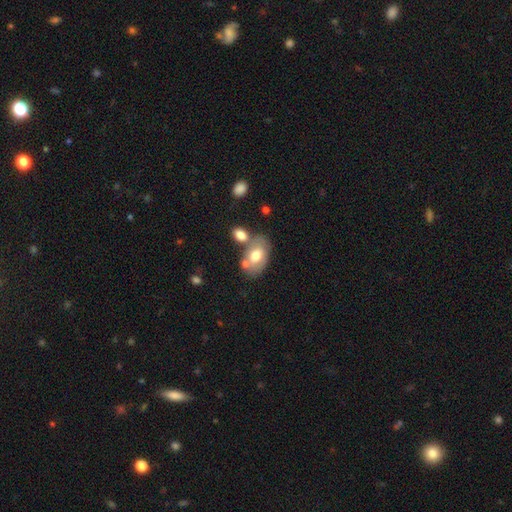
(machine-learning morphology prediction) This appears to be a smooth galaxy with no disk features (64%) that is in between round and cigar-shaped (90%). Merging: none (52%).